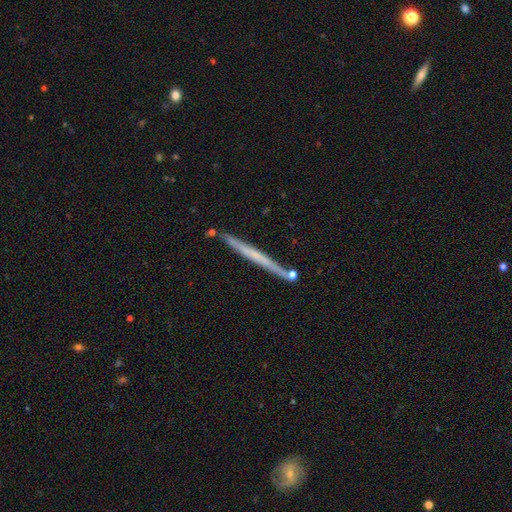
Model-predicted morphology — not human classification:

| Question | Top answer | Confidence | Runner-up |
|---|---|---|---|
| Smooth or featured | featured or disk | 56% | smooth (38%) |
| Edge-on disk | yes | 97% | no (3%) |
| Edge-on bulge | none | 81% | rounded (14%) |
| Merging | none | 86% | minor disturbance (9%) |